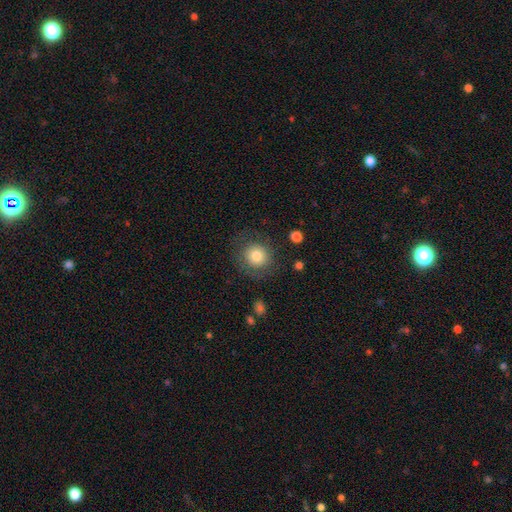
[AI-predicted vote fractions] Morphology: type=smooth (78%); roundness=round (87%); merging=none (76%).